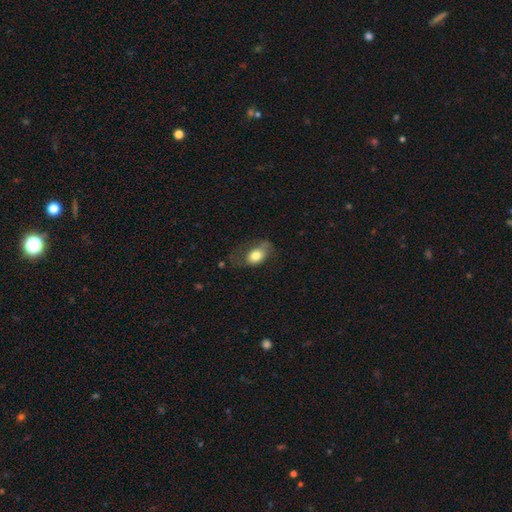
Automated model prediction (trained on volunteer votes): smooth 73%, featured or disk 19%, star or artifact 8%. Down the decision tree: how rounded — in between (79%); merging — none (40%).